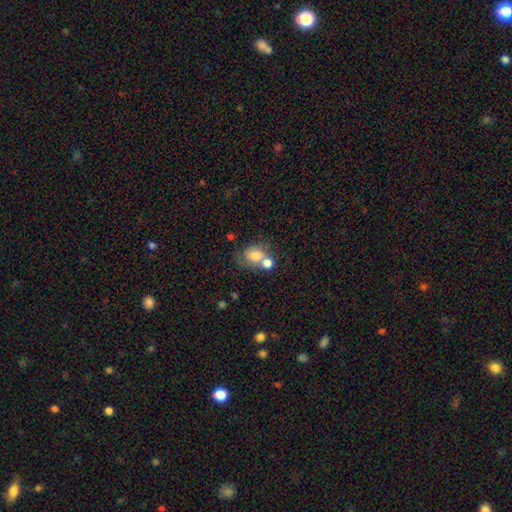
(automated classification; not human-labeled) Smooth or featured? smooth (70%)
How rounded? in between (50%)
Merging? merger (44%)